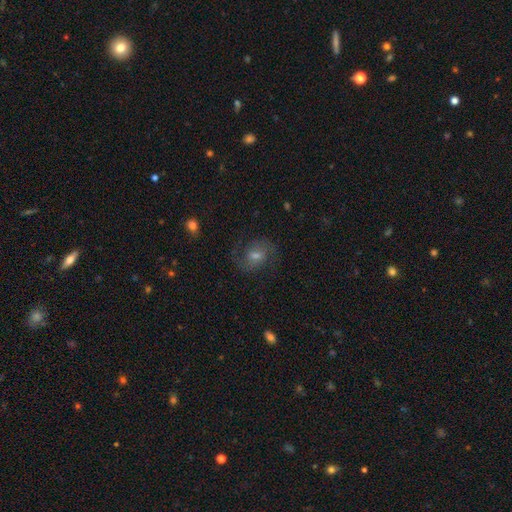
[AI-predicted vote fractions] featured or disk 70%, smooth 17%, star or artifact 13%. Down the decision tree: edge-on disk — no (97%); bar — weak (48%); spiral arms — yes (93%); spiral arm count — 2 (87%); spiral winding — medium (54%); bulge size — moderate (53%); merging — none (76%).